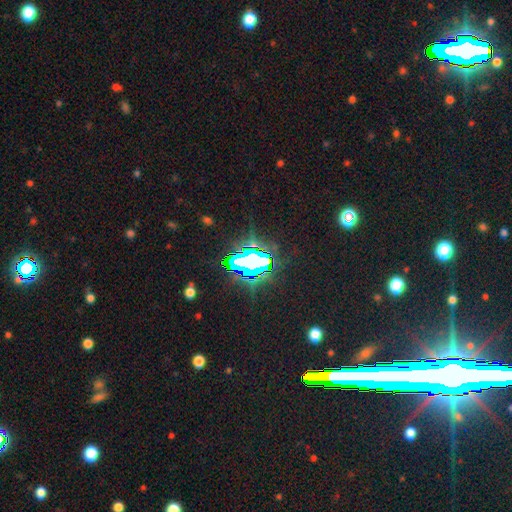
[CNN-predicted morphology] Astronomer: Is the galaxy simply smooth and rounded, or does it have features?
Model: star or artifact — 75%.